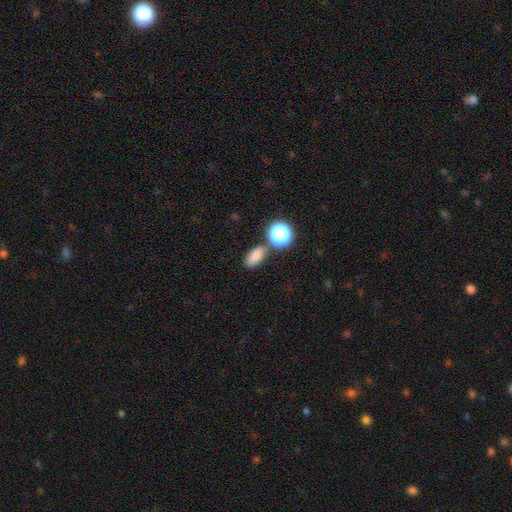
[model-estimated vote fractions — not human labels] Morphology: type=smooth (80%); roundness=in between (80%); merging=none (71%).